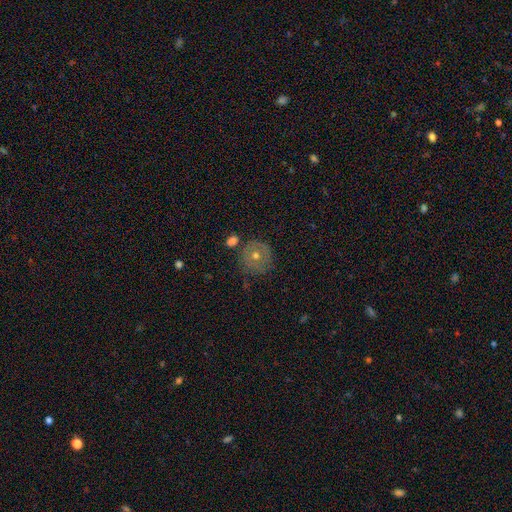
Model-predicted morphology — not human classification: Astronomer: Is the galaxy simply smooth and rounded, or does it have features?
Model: featured or disk — 44% (runner-up: smooth, 43%).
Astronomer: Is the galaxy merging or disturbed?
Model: none — 77%.